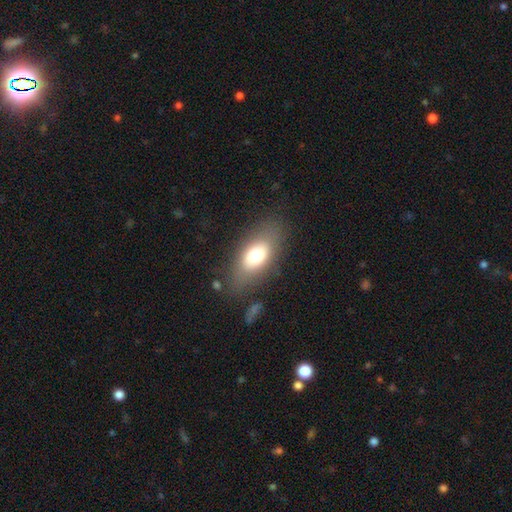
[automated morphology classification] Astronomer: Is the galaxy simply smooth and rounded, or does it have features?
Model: smooth — 69%.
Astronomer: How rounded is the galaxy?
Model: in between — 84%.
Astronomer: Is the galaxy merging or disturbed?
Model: none — 74%.